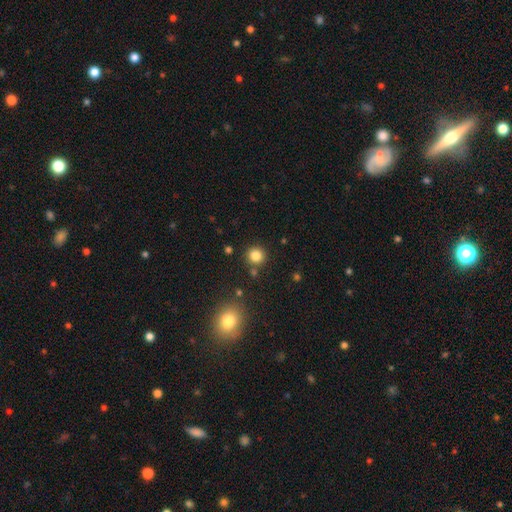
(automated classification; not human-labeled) smooth-or-featured: smooth: 83% | star or artifact: 12% | featured or disk: 5%
  how-rounded: round: 93% | in between: 6% | cigar-shaped: 1%
  merging: none: 86% | minor disturbance: 7% | merger: 5% | major disturbance: 2%